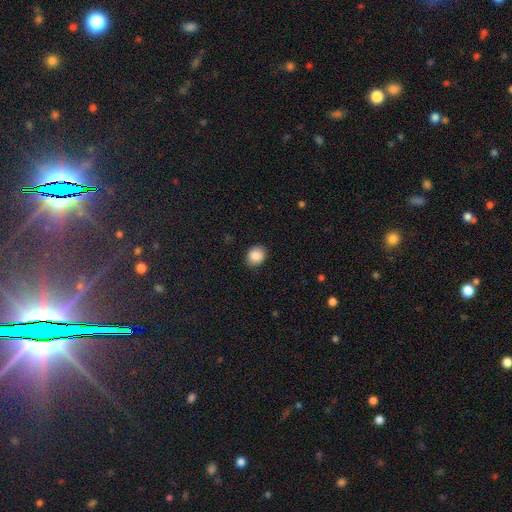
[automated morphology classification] A smooth galaxy with no disk features (87%) that is round (60%).

Vote fractions:
- Smooth or featured? smooth: 87% / star or artifact: 8% / featured or disk: 4%
- How rounded? round: 60% / in between: 39% / cigar-shaped: 1%
- Merging? none: 87% / minor disturbance: 10% / major disturbance: 2% / merger: 1%